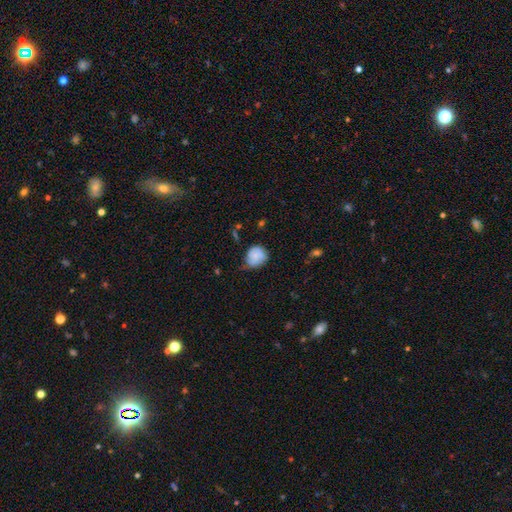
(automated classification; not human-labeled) The model was most divided on "merging": none: 44%, minor disturbance: 41%, major disturbance: 12%, merger: 3%. More confident: smooth or featured — smooth (71%); how rounded — round (69%).